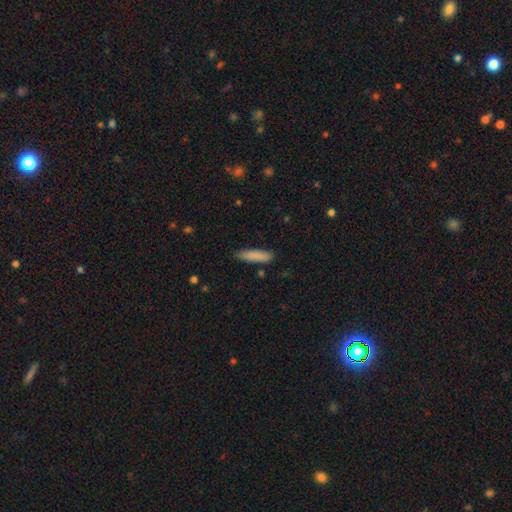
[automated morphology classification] type=smooth (86%); roundness=cigar-shaped (72%); merging=none (80%).